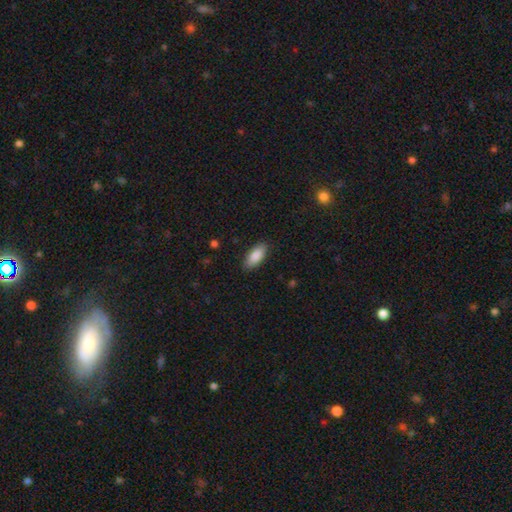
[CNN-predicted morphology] smooth-or-featured: smooth: 88% | star or artifact: 6% | featured or disk: 6%
  how-rounded: in between: 84% | cigar-shaped: 14% | round: 2%
  merging: none: 86% | minor disturbance: 11% | major disturbance: 2% | merger: 1%